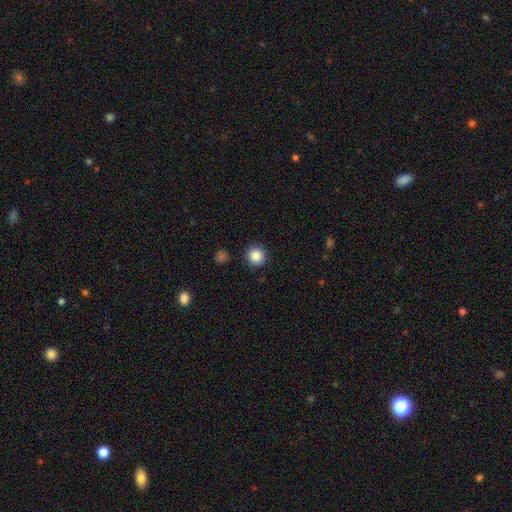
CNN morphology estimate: smooth-or-featured: smooth: 86% | star or artifact: 10% | featured or disk: 4%
  how-rounded: round: 94% | in between: 5% | cigar-shaped: 1%
  merging: none: 90% | minor disturbance: 6% | major disturbance: 2% | merger: 2%